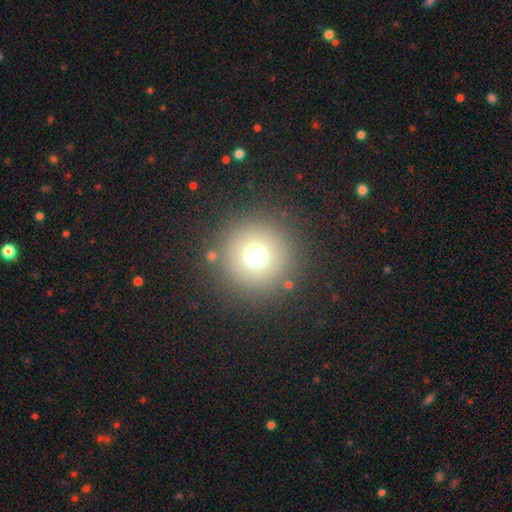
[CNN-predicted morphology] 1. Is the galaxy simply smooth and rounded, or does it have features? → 68% smooth, 22% star or artifact, 10% featured or disk.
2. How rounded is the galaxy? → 96% round, 3% in between, 1% cigar-shaped.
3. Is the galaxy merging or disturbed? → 86% none, 6% minor disturbance, 4% major disturbance, 3% merger.